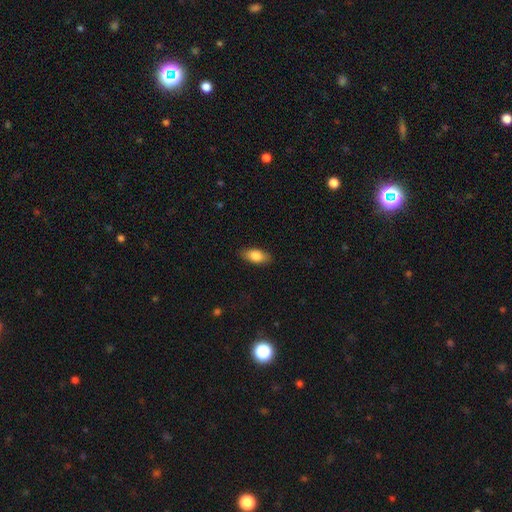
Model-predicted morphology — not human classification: smooth-or-featured: smooth: 84% | featured or disk: 10% | star or artifact: 7%
  how-rounded: in between: 89% | cigar-shaped: 8% | round: 3%
  merging: none: 87% | minor disturbance: 10% | major disturbance: 2% | merger: 1%